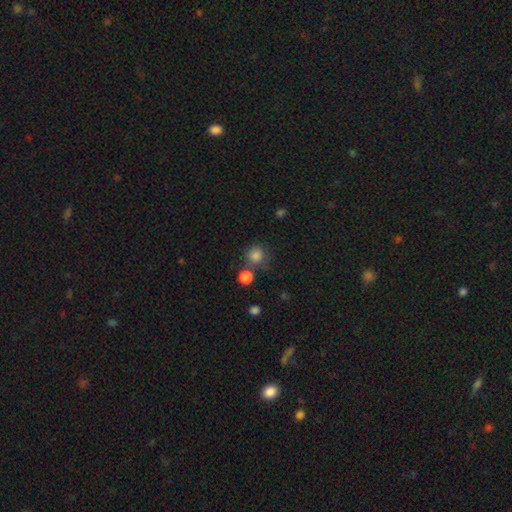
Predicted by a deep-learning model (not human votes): A smooth galaxy with no disk features (84%) that is round (92%).

Vote fractions:
- Smooth or featured? smooth: 84% / star or artifact: 12% / featured or disk: 5%
- How rounded? round: 92% / in between: 7% / cigar-shaped: 1%
- Merging? none: 70% / merger: 14% / minor disturbance: 12% / major disturbance: 5%